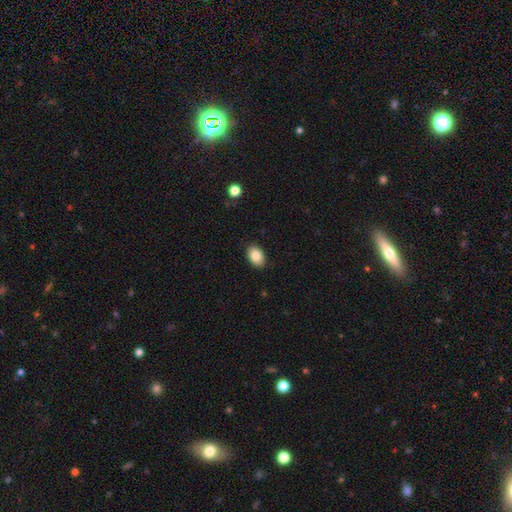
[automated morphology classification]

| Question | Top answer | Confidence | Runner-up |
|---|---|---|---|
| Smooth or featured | smooth | 85% | star or artifact (8%) |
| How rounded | in between | 85% | round (14%) |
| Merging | none | 88% | minor disturbance (9%) |